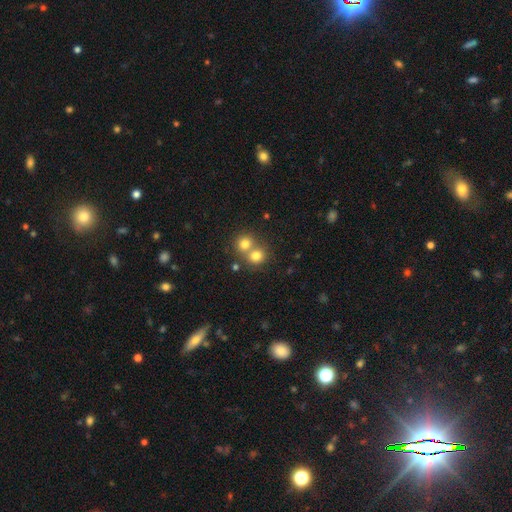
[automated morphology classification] This appears to be a smooth galaxy with no disk features (76%) that is round (83%). Merging: merger (51%).